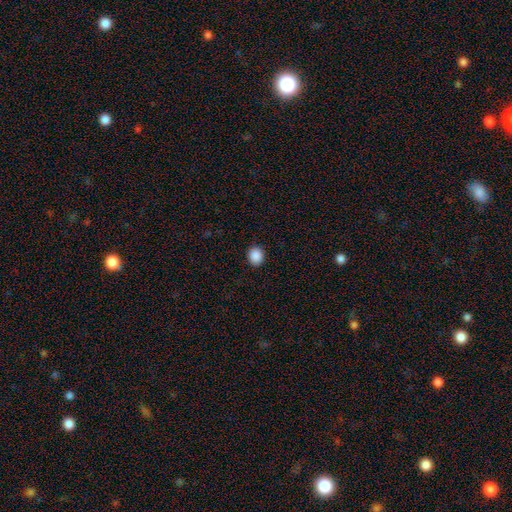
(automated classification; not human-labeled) This is clearly a smooth galaxy (89%). How rounded: likely round (64%). Merging: clearly none (91%).